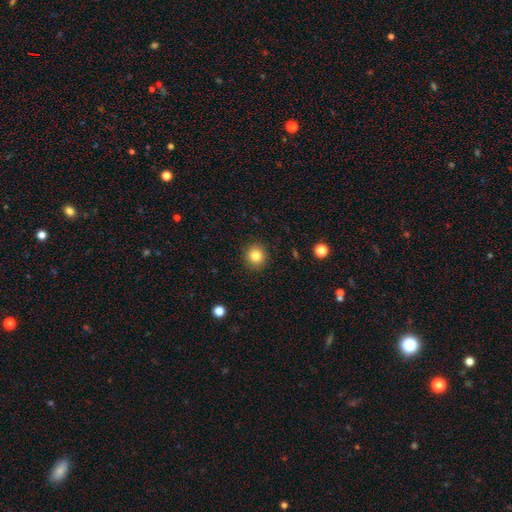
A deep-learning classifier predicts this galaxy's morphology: Smooth or featured? smooth (83%)
How rounded? round (91%)
Merging? none (92%)